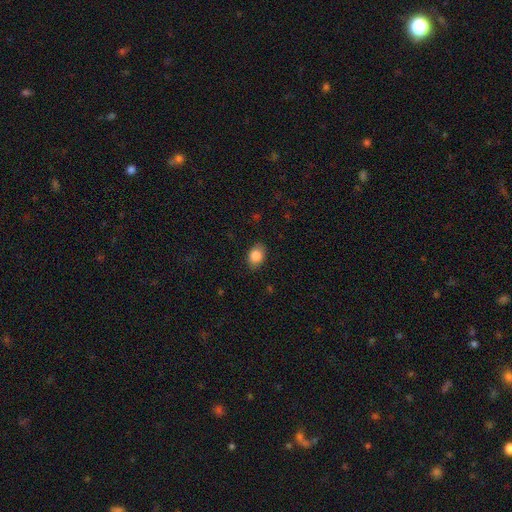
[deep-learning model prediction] Q: Smooth or featured?
A: smooth (86%); runner-up: star or artifact (8%)
Q: How rounded?
A: in between (75%); runner-up: round (24%)
Q: Merging?
A: none (84%); runner-up: minor disturbance (12%)